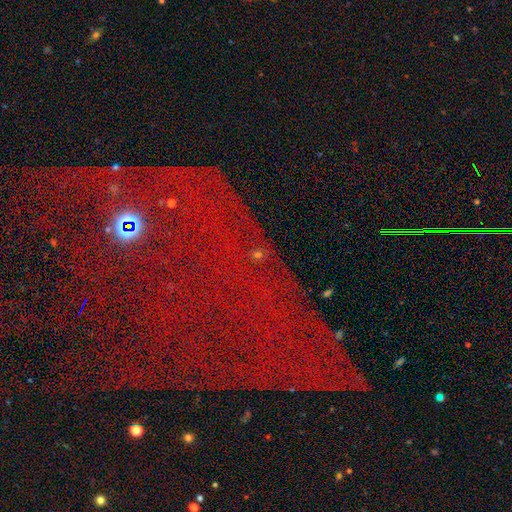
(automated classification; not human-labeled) This appears to be a star or artifact, not a galaxy (80%).